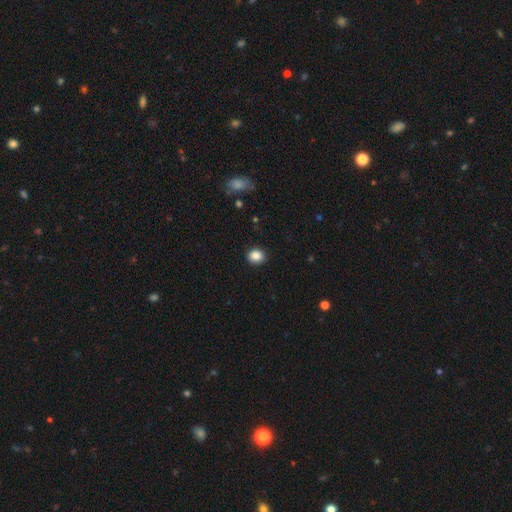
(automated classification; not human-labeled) Smooth or featured?
  - smooth: 87% *
  - star or artifact: 9%
  - featured or disk: 3%
How rounded?
  - round: 68% *
  - in between: 31%
  - cigar-shaped: 1%
Merging?
  - none: 90% *
  - minor disturbance: 7%
  - major disturbance: 2%
  - merger: 1%